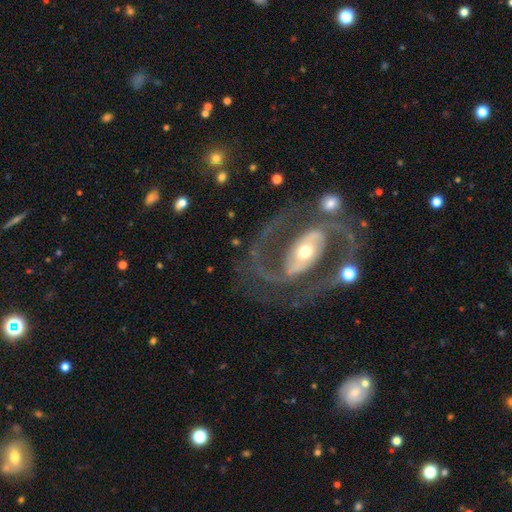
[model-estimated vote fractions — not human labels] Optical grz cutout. It shows a featured or disk galaxy (90%) with a strong bar (48%), 2 (91%) medium (57%) spiral arms (95%) and a moderate central bulge (50%). Merging: none (70%).